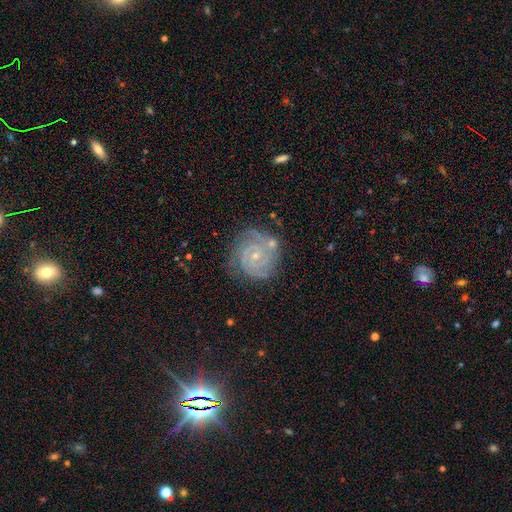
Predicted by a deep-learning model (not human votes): Smooth or featured? Predicted: featured or disk (p=0.85). Edge-on disk? Predicted: no (p=0.98). Bar? Predicted: no (p=0.73). Spiral arms? Predicted: yes (p=0.98). Spiral winding? Predicted: tight (p=0.78). Spiral arm count? Predicted: 2 (p=0.34). Bulge size? Predicted: small (p=0.76). Merging? Predicted: none (p=0.75).